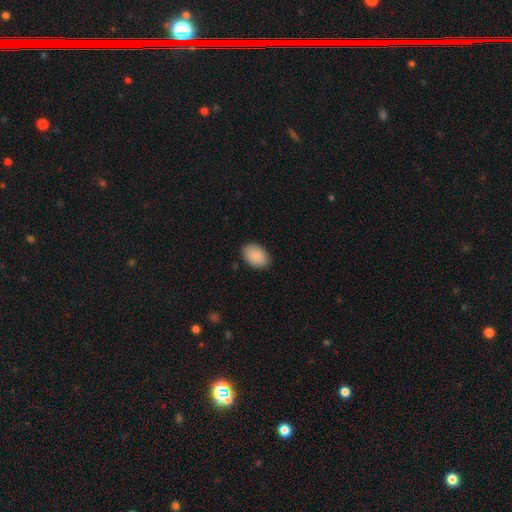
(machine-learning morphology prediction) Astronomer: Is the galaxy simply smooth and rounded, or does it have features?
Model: smooth — 91%.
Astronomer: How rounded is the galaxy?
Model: in between — 88%.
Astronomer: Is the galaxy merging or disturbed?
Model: none — 88%.